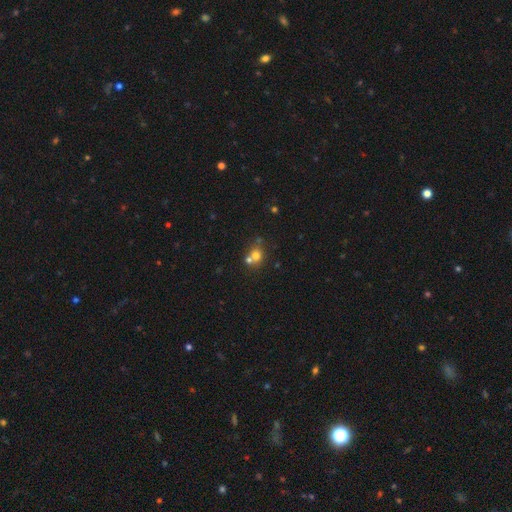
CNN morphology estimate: type=smooth (69%); roundness=round (78%); merging=none (45%).